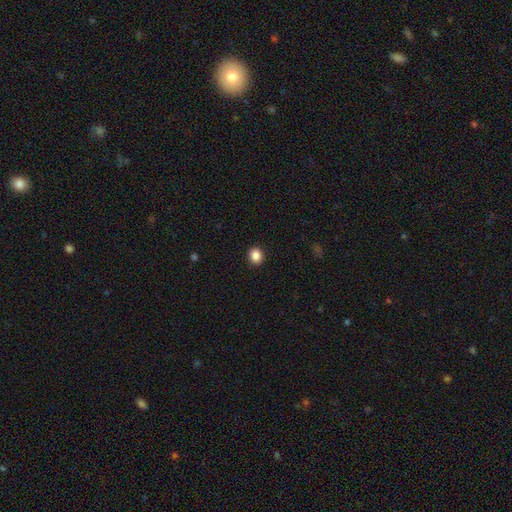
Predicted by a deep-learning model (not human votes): Smooth or featured: smooth — 87% (star or artifact — 10%)
How rounded: round — 70% (in between — 29%)
Merging: none — 92% (minor disturbance — 5%)